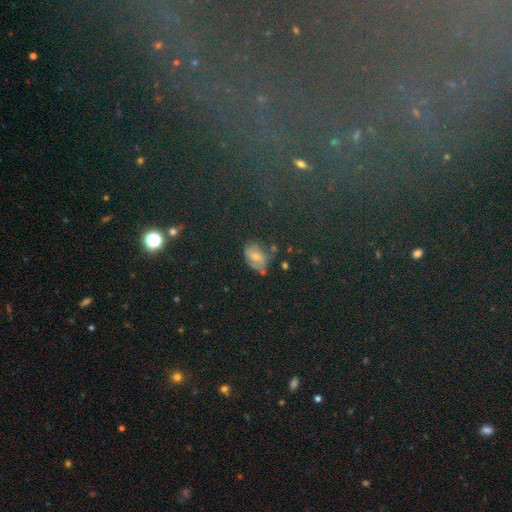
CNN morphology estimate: smooth 52%, star or artifact 24%, featured or disk 24%. Down the decision tree: how rounded — in between (82%); merging — none (46%).